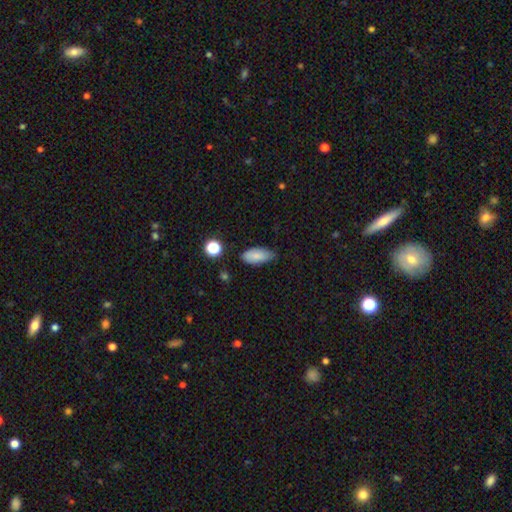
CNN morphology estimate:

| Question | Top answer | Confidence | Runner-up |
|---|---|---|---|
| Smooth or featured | smooth | 83% | featured or disk (8%) |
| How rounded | in between | 88% | cigar-shaped (9%) |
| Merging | none | 72% | minor disturbance (22%) |